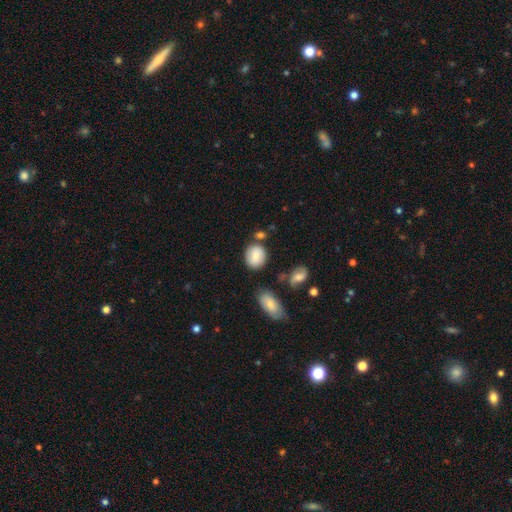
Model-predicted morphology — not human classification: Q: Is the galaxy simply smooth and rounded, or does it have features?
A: smooth — 79%.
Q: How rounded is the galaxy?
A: round — 63%.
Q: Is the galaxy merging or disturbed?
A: none — 71%.